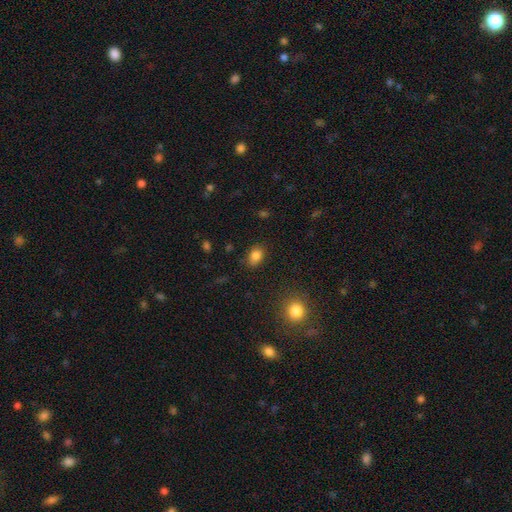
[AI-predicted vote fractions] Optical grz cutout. It shows a smooth galaxy with no disk features (83%) that is in between round and cigar-shaped (71%). Merging: none (81%).